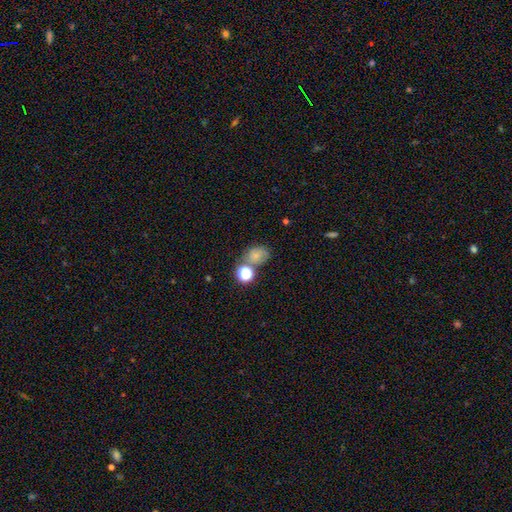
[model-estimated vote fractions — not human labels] The model was most divided on "how rounded": in between: 51%, round: 48%, cigar-shaped: 1%. More confident: smooth or featured — smooth (64%); merging — none (54%).